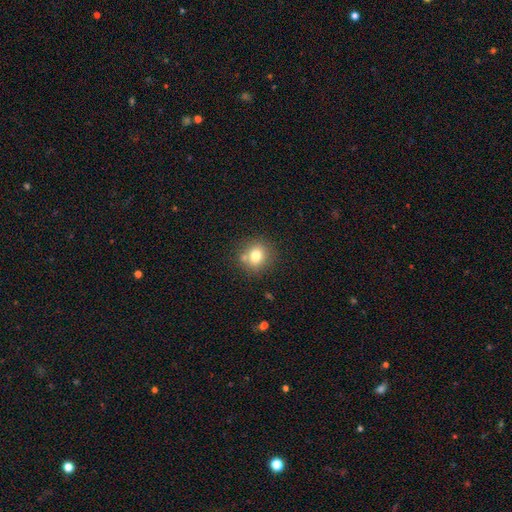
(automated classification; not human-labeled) smooth-or-featured: smooth: 77% | star or artifact: 12% | featured or disk: 11%
  how-rounded: round: 80% | in between: 19% | cigar-shaped: 1%
  merging: none: 72% | merger: 13% | minor disturbance: 12% | major disturbance: 3%